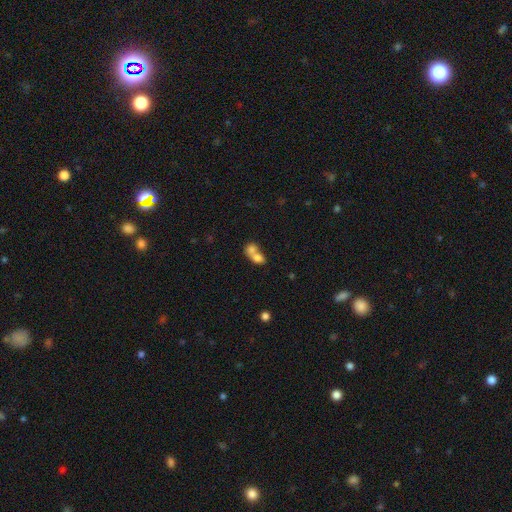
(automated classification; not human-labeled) Overall: smooth (74%). How rounded: in between (60%; round 38%). Merging: merger (75%).